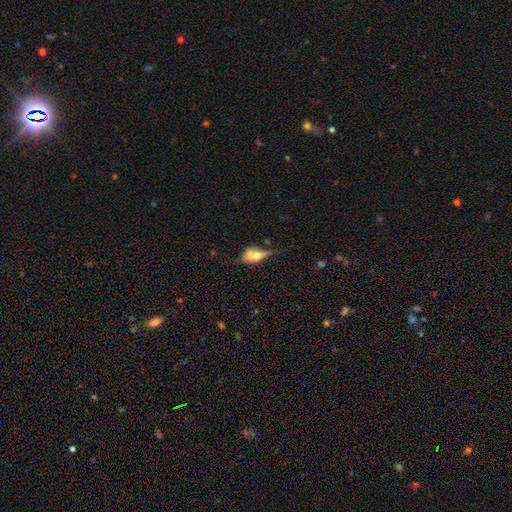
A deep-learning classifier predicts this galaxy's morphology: Smooth or featured? Predicted: smooth (p=0.45). Merging? Predicted: none (p=0.36).